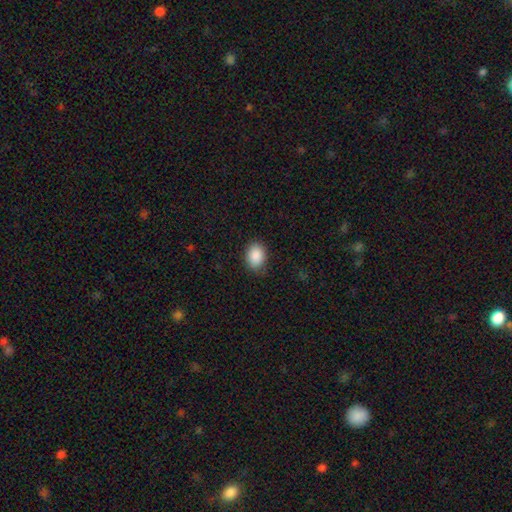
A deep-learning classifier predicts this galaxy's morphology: Smooth or featured?
  - smooth: 89% *
  - star or artifact: 7%
  - featured or disk: 3%
How rounded?
  - in between: 74% *
  - round: 25%
  - cigar-shaped: 1%
Merging?
  - none: 85% *
  - minor disturbance: 12%
  - major disturbance: 3%
  - merger: 1%